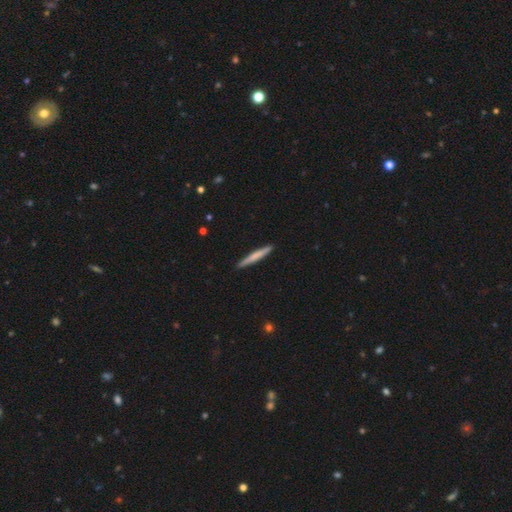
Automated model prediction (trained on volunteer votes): smooth 65%, featured or disk 30%, star or artifact 5%. Down the decision tree: how rounded — cigar-shaped (96%); merging — none (91%).